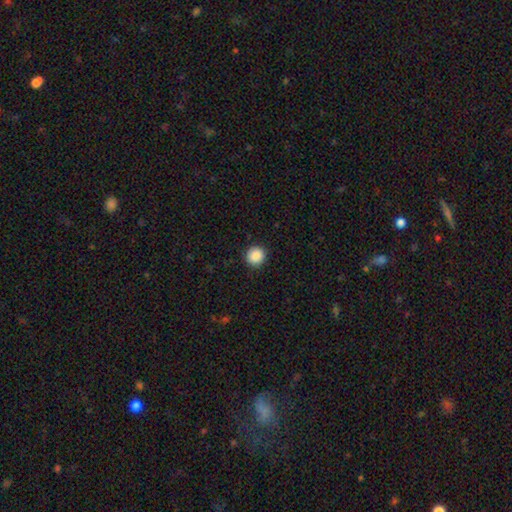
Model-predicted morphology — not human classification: Overall: smooth (89%). How rounded: round (93%). Merging: none (92%).